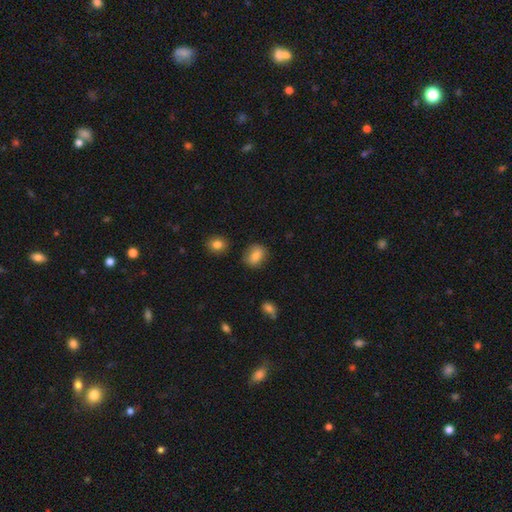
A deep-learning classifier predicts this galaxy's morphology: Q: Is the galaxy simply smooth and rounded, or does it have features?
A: smooth — 81%.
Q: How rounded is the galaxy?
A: in between — 54%.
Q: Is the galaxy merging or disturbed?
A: none — 81%.